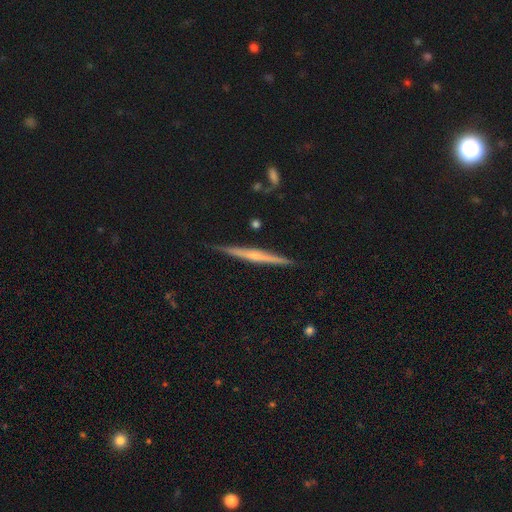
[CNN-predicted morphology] Smooth or featured: featured or disk — 64% (smooth — 30%)
Edge-on disk: yes — 98% (no — 2%)
Edge-on bulge: none — 49% (rounded — 43%)
Merging: none — 88% (minor disturbance — 9%)